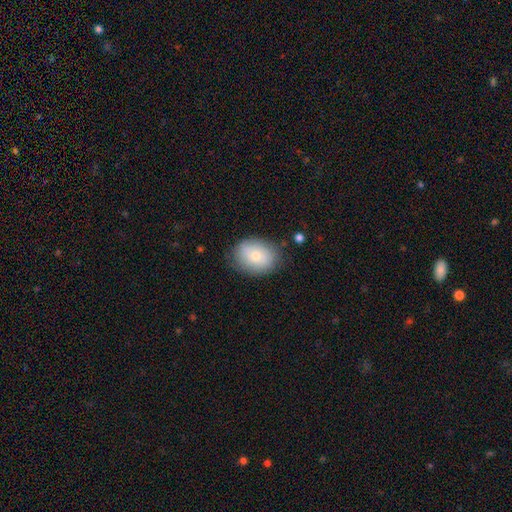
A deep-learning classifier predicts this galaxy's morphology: The model was most divided on "how rounded": in between: 63%, round: 37%, cigar-shaped: 1%. More confident: merging — none (76%); smooth or featured — smooth (71%).